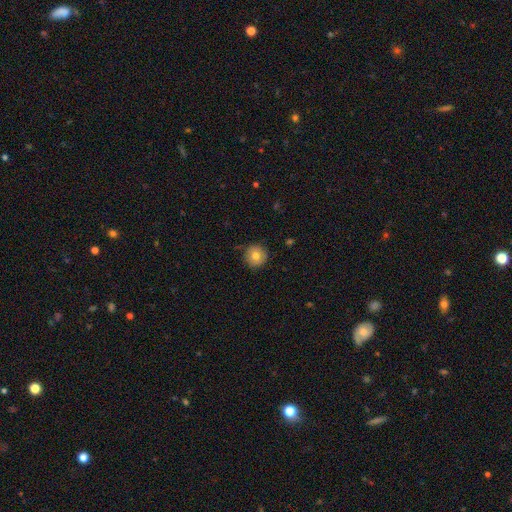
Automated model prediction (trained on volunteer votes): Smooth or featured?
  - smooth: 76% *
  - featured or disk: 15%
  - star or artifact: 9%
How rounded?
  - round: 94% *
  - in between: 5%
  - cigar-shaped: 1%
Merging?
  - none: 84% *
  - minor disturbance: 12%
  - major disturbance: 2%
  - merger: 1%